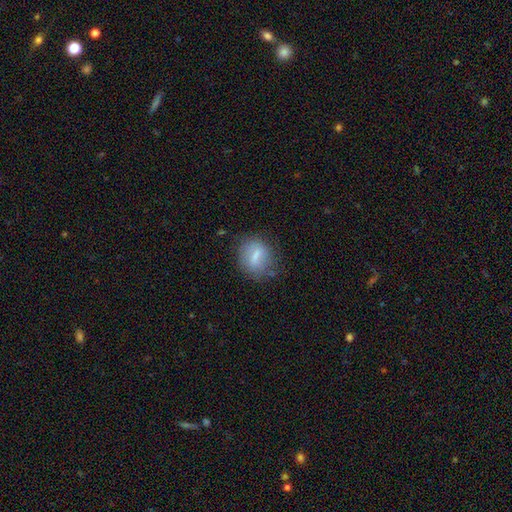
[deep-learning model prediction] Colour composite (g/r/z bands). It shows a smooth galaxy with no disk features (64%) that is round (51%). Merging: none (67%).